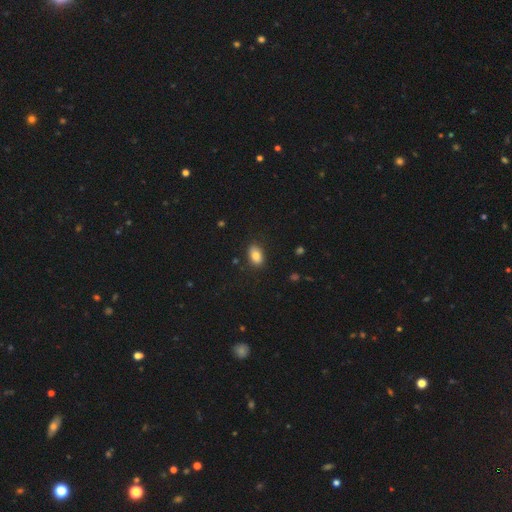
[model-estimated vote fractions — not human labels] smooth 83%, featured or disk 9%, star or artifact 8%. Down the decision tree: how rounded — in between (88%); merging — none (86%).